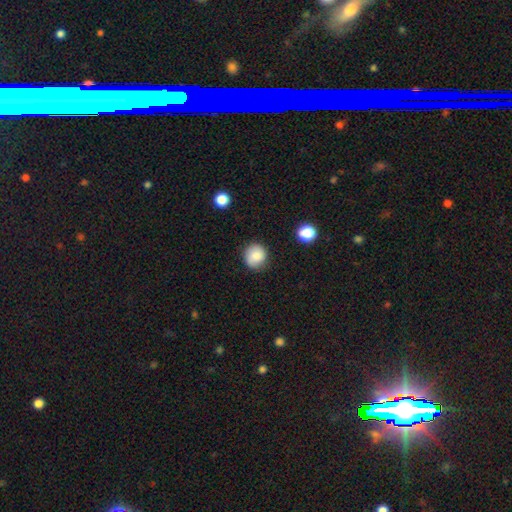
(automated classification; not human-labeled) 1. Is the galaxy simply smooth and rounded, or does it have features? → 79% smooth, 11% featured or disk, 9% star or artifact.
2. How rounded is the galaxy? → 90% round, 9% in between, 1% cigar-shaped.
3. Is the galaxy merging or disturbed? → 83% none, 12% minor disturbance, 3% major disturbance, 2% merger.